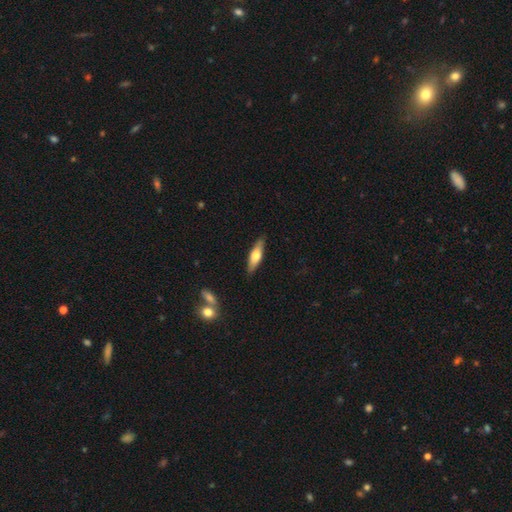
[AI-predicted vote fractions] Q: Smooth or featured?
A: smooth (54%); runner-up: featured or disk (40%)
Q: How rounded?
A: cigar-shaped (61%); runner-up: in between (37%)
Q: Merging?
A: none (87%); runner-up: minor disturbance (10%)